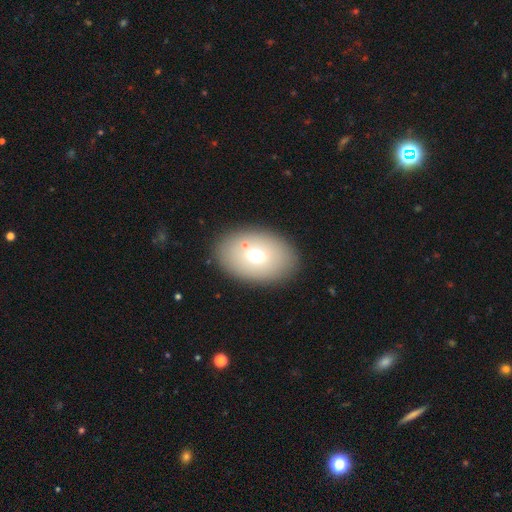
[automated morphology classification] The model was most divided on "smooth or featured": smooth: 64%, featured or disk: 26%, star or artifact: 10%. More confident: merging — none (82%); how rounded — in between (81%).